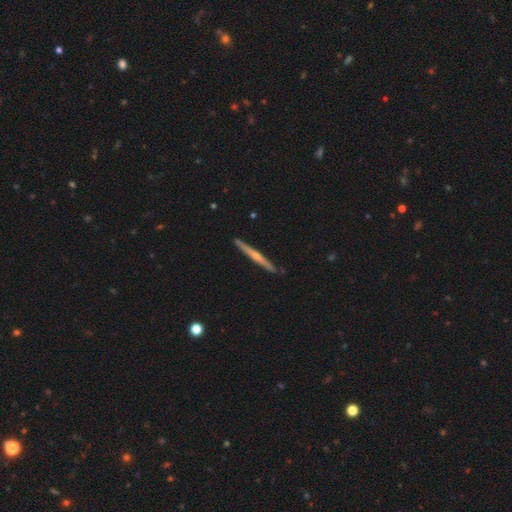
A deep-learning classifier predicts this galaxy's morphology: The model was most divided on "edge-on bulge": rounded: 66%, none: 30%, boxy: 4%. More confident: edge-on disk — yes (98%); merging — none (90%); smooth or featured — featured or disk (68%).